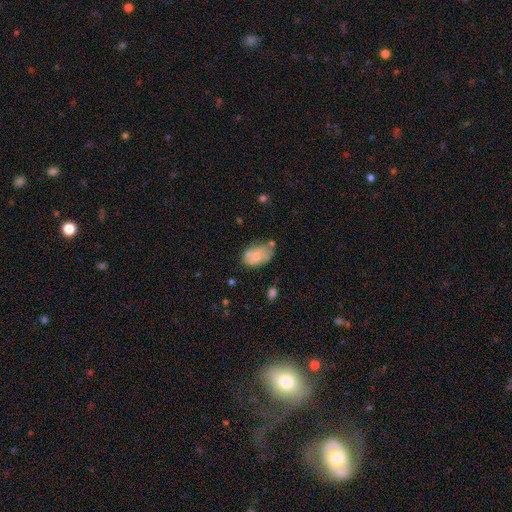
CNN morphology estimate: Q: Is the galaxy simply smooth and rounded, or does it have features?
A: smooth — 66%.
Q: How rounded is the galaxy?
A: in between — 91%.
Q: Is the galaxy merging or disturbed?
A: none — 46%.